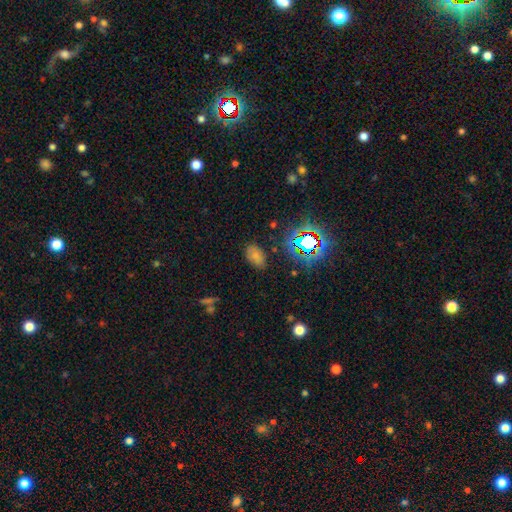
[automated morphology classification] Overall: smooth (68%). How rounded: in between (89%). Merging: none (77%).